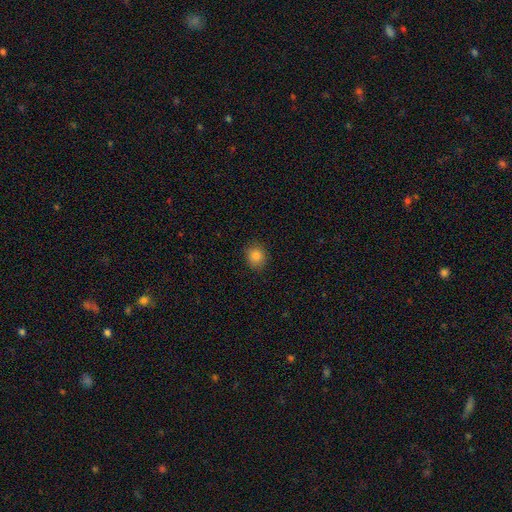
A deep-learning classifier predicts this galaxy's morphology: This appears to be a smooth galaxy with no disk features (85%) that is round (74%). Merging: none (85%).